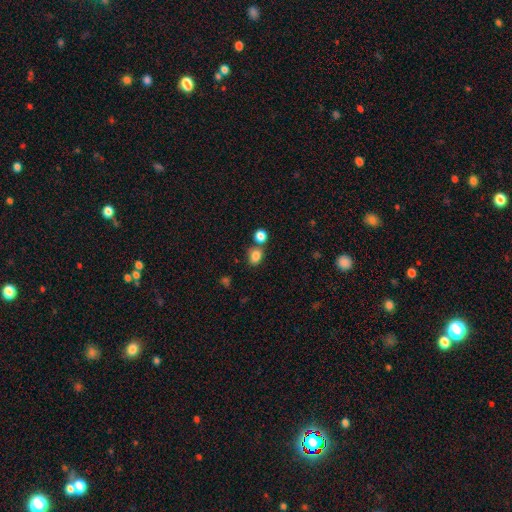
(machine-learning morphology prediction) smooth 82%, star or artifact 12%, featured or disk 6%. Down the decision tree: how rounded — in between (49%, tied with round); merging — none (64%).